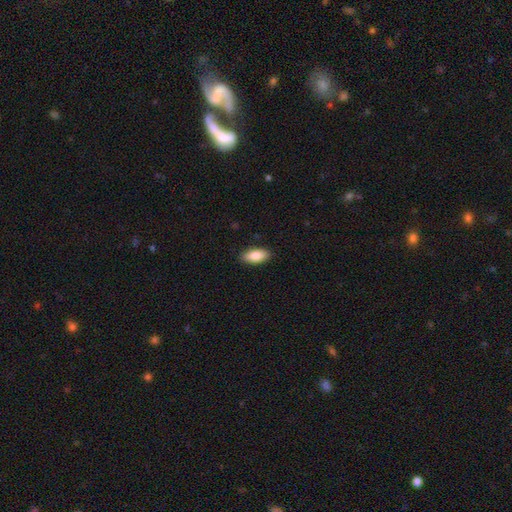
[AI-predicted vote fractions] Morphology: type=smooth (85%); roundness=in between (87%); merging=none (89%).